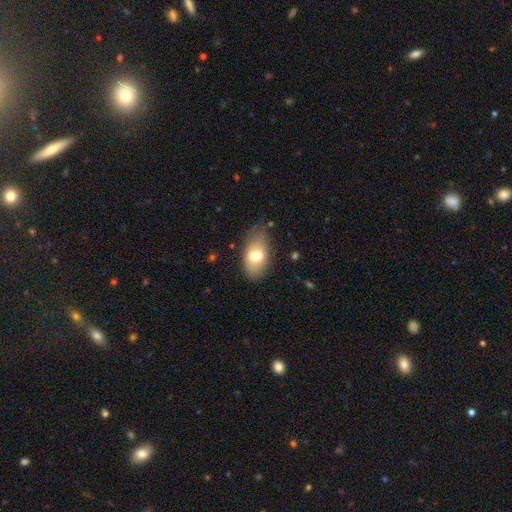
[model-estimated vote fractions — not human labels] Smooth or featured?
  - smooth: 72% *
  - featured or disk: 21%
  - star or artifact: 7%
How rounded?
  - in between: 91% *
  - round: 7%
  - cigar-shaped: 2%
Merging?
  - none: 68% *
  - minor disturbance: 24%
  - major disturbance: 6%
  - merger: 2%